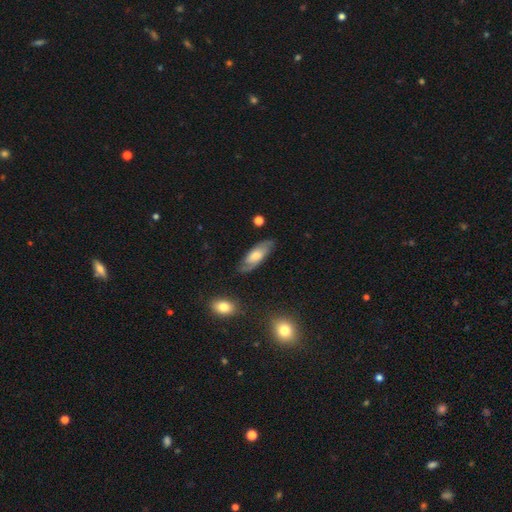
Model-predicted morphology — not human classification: featured or disk 49%, smooth 44%, star or artifact 7%. Down the decision tree: merging — none (77%).